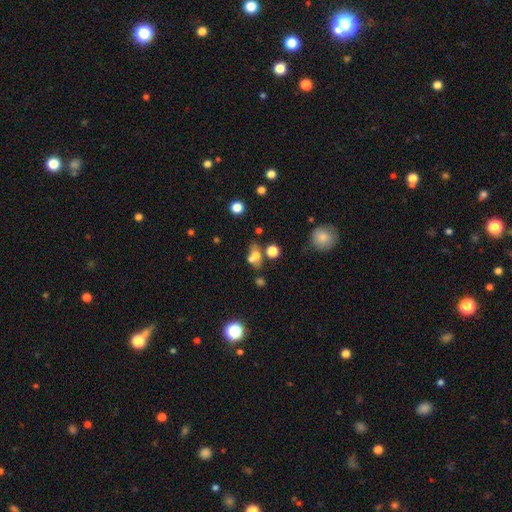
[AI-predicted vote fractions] A smooth galaxy with no disk features (62%) that is in between round and cigar-shaped (51%).

Vote fractions:
- Smooth or featured? smooth: 62% / featured or disk: 21% / star or artifact: 18%
- How rounded? in between: 51% / round: 44% / cigar-shaped: 5%
- Merging? merger: 44% / none: 37% / minor disturbance: 11% / major disturbance: 7%